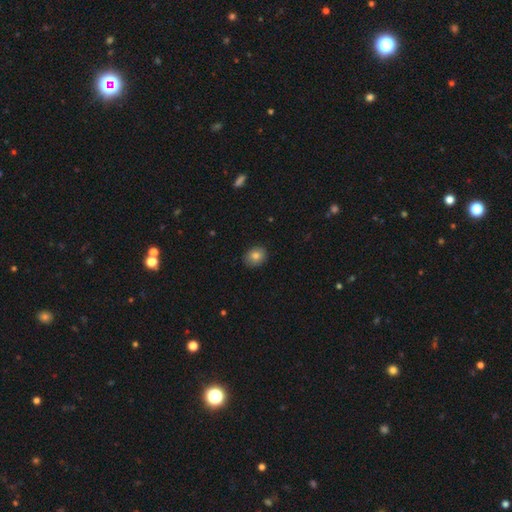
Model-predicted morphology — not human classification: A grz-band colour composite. It shows a smooth galaxy with no disk features (82%) that is round (55%). Merging: none (88%).